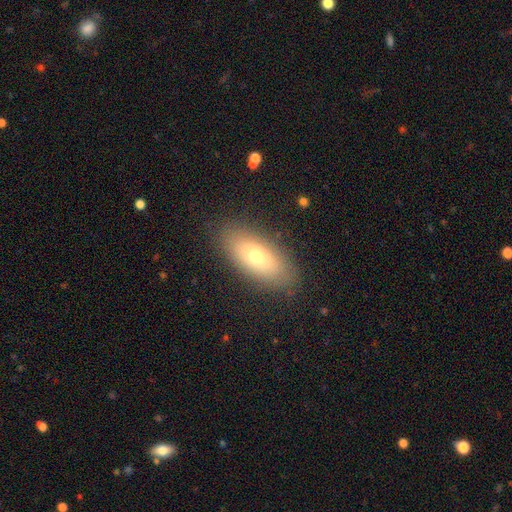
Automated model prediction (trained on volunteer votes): smooth-or-featured: smooth: 67% | featured or disk: 24% | star or artifact: 8%
  how-rounded: in between: 85% | cigar-shaped: 11% | round: 4%
  merging: none: 85% | minor disturbance: 11% | major disturbance: 4% | merger: 1%